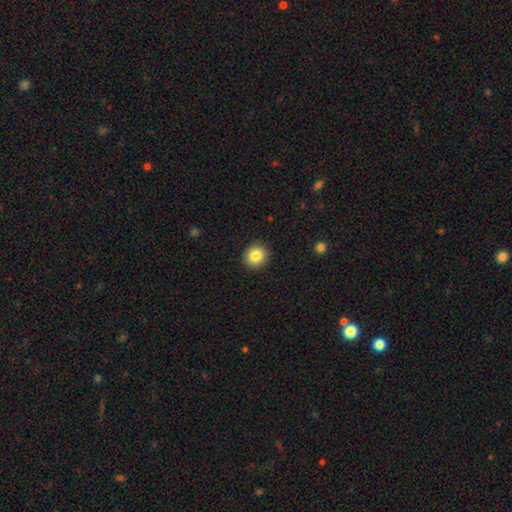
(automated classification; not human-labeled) Smooth or featured?
  - smooth: 85% *
  - star or artifact: 9%
  - featured or disk: 6%
How rounded?
  - round: 86% *
  - in between: 13%
  - cigar-shaped: 1%
Merging?
  - none: 91% *
  - minor disturbance: 6%
  - major disturbance: 2%
  - merger: 1%